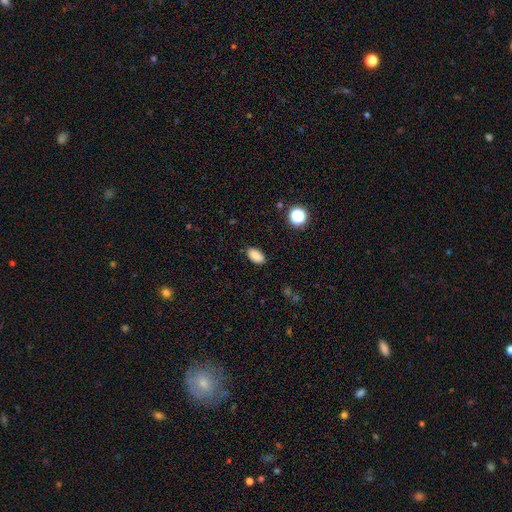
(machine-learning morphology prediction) A smooth galaxy with no disk features (86%) that is in between round and cigar-shaped (92%). Merging: none (87%).